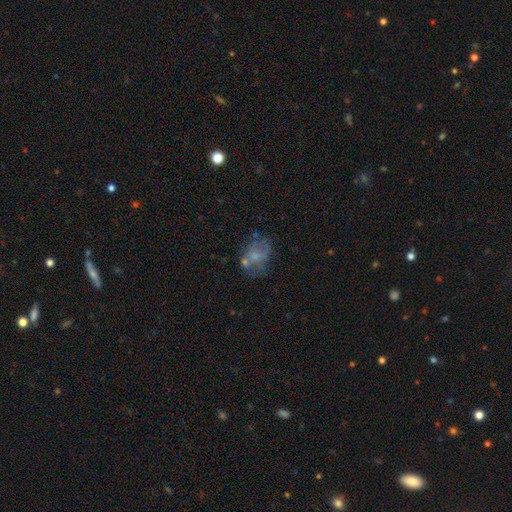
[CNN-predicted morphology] featured or disk 47%, smooth 41%, star or artifact 12%. Down the decision tree: merging — none (37%).